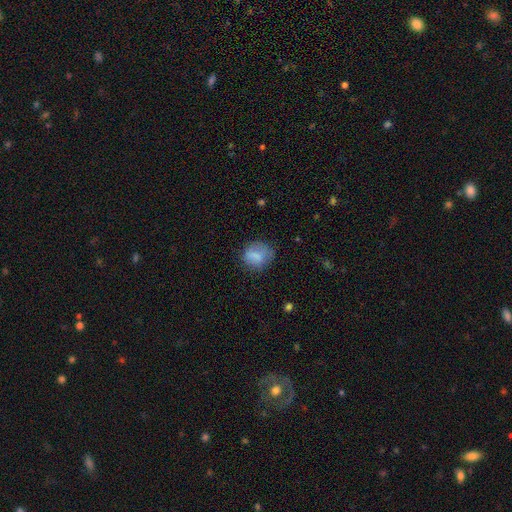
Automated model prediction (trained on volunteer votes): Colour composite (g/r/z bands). It shows a smooth galaxy with no disk features (77%) that is round (68%). Merging: none (65%).